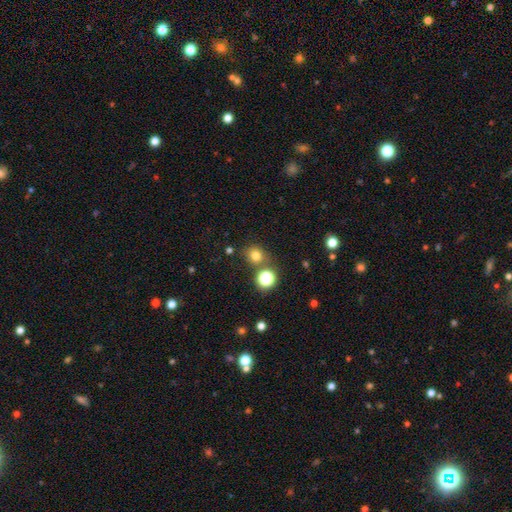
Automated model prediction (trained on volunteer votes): Smooth or featured? smooth (75%)
How rounded? round (84%)
Merging? none (77%)